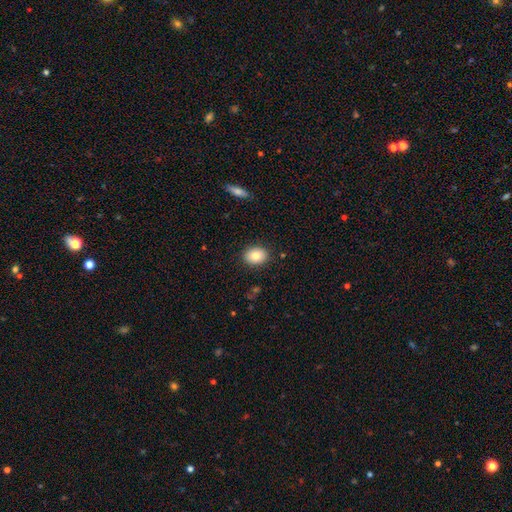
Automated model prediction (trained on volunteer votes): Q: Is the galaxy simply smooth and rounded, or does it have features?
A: smooth — 83%.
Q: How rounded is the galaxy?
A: in between — 58%.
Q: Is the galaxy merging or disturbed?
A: none — 89%.